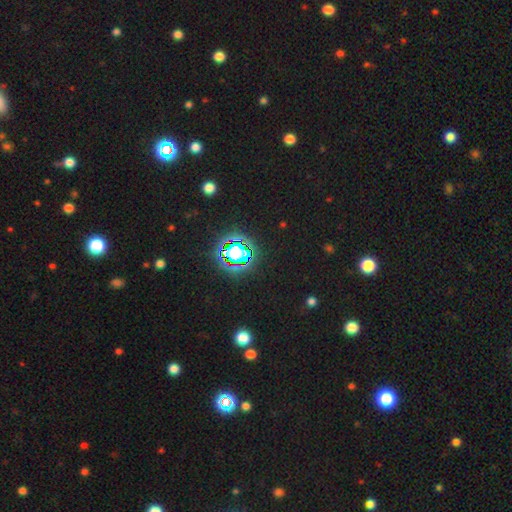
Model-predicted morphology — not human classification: Overall: star or artifact (78%).